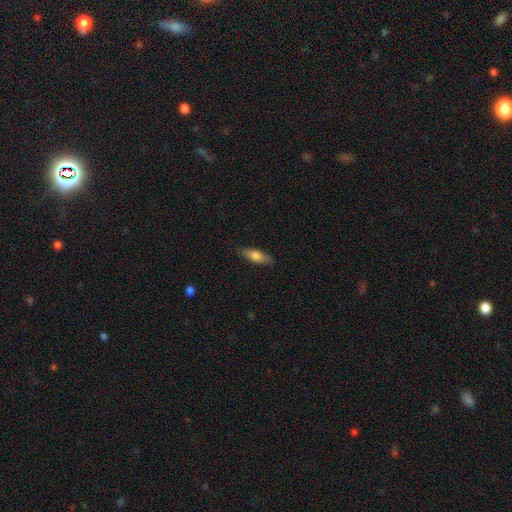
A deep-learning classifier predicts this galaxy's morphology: Smooth or featured: smooth — 68% (featured or disk — 26%)
How rounded: in between — 60% (cigar-shaped — 37%)
Merging: none — 85% (minor disturbance — 11%)